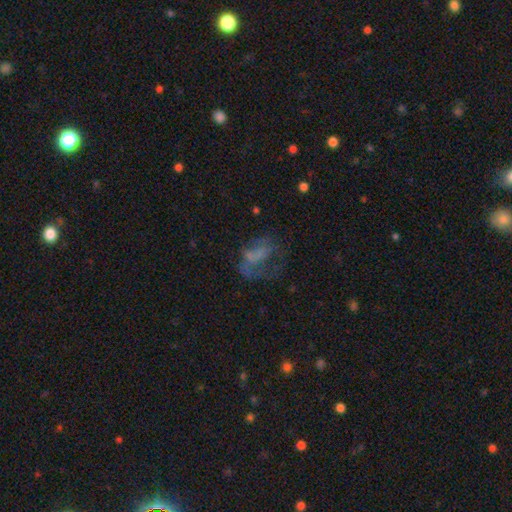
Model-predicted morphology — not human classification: smooth_or_featured: featured or disk (p=0.46) [alt: smooth p=0.37]
merging: major disturbance (p=0.47) [alt: none p=0.30]